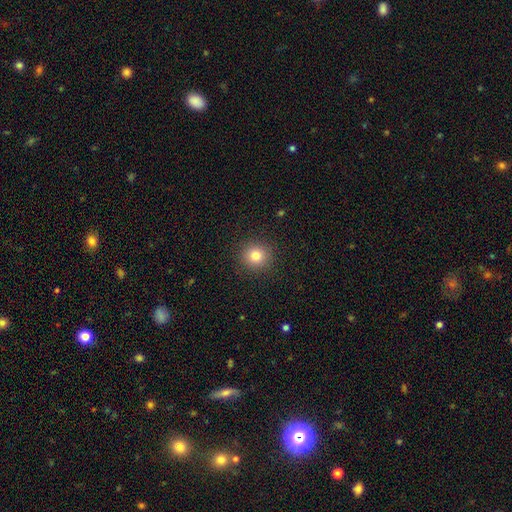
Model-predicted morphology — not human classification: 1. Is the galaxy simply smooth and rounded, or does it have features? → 81% smooth, 12% star or artifact, 7% featured or disk.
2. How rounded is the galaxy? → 92% round, 7% in between, 1% cigar-shaped.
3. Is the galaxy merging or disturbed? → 91% none, 6% minor disturbance, 2% major disturbance, 1% merger.